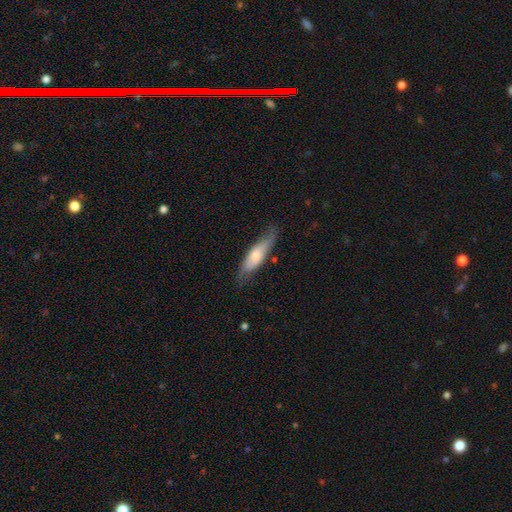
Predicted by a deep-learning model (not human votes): Overall: smooth (61%; featured or disk 33%). How rounded: cigar-shaped (57%; in between 41%). Merging: none (64%; minor disturbance 27%).